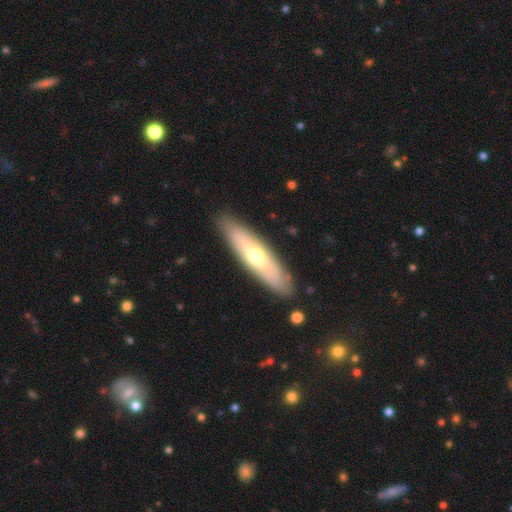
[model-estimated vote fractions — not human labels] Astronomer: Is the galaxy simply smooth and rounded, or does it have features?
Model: smooth — 48% (runner-up: featured or disk, 47%).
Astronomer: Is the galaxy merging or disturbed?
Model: none — 87%.